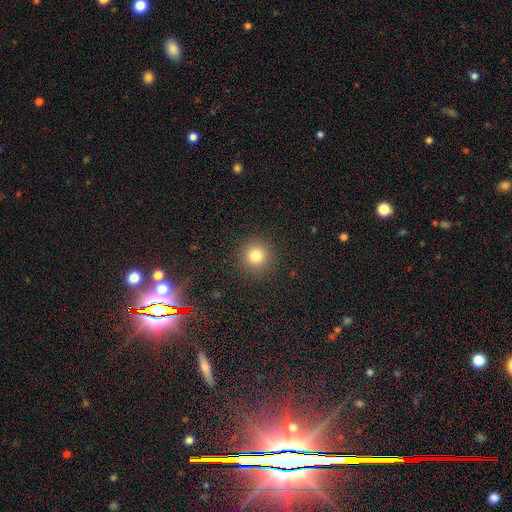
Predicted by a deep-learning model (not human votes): A smooth galaxy with no disk features (80%) that is round (94%). Merging: none (90%).